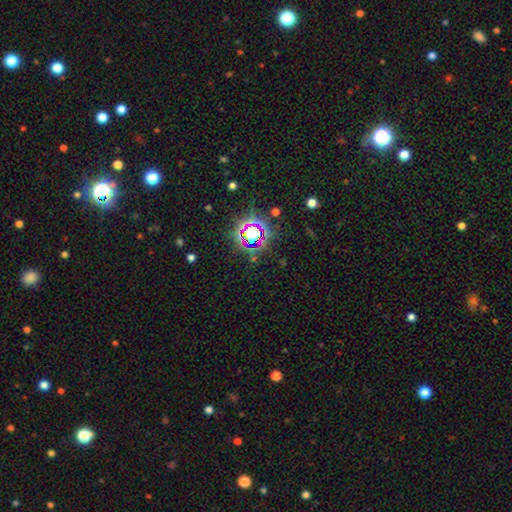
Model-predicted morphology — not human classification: Smooth or featured? star or artifact (80%)